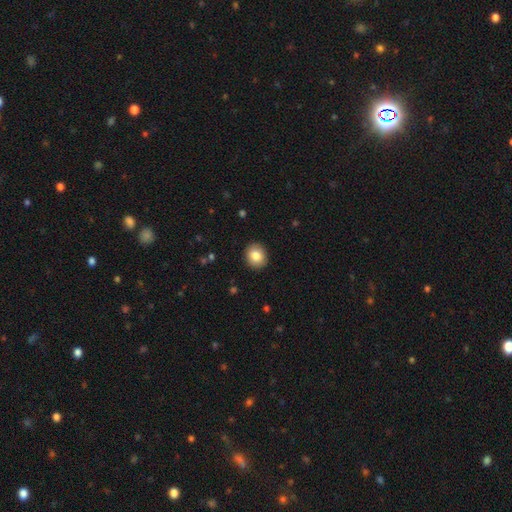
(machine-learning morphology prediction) smooth-or-featured: smooth: 84% | star or artifact: 8% | featured or disk: 8%
  how-rounded: round: 74% | in between: 25% | cigar-shaped: 1%
  merging: none: 91% | minor disturbance: 6% | major disturbance: 2% | merger: 1%